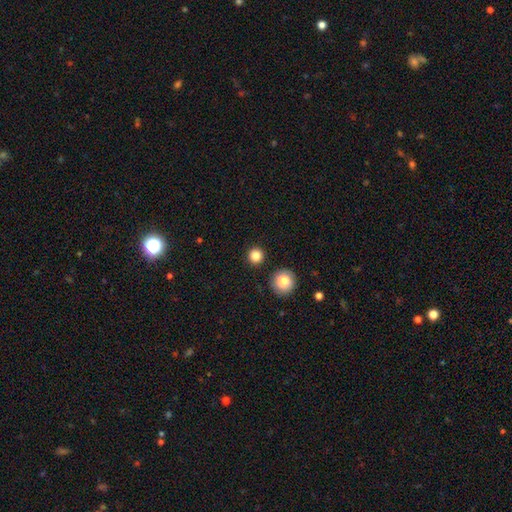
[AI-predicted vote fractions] Smooth or featured?
  - smooth: 82% *
  - star or artifact: 12%
  - featured or disk: 5%
How rounded?
  - round: 95% *
  - in between: 4%
  - cigar-shaped: 1%
Merging?
  - none: 90% *
  - minor disturbance: 5%
  - merger: 3%
  - major disturbance: 2%